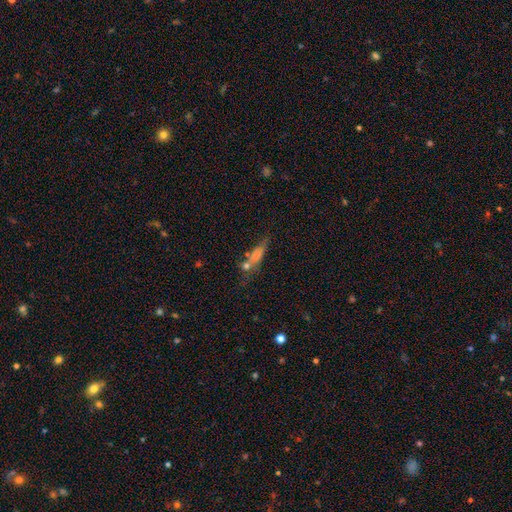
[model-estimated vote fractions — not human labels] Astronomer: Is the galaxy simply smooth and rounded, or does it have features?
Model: smooth — 62%.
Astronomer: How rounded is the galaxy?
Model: cigar-shaped — 56% (runner-up: in between, 38%).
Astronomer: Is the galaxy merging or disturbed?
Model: none — 46% (runner-up: merger, 22%).